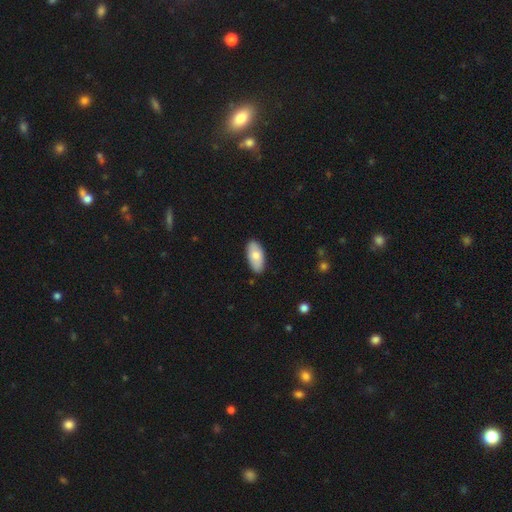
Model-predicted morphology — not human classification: The model was most divided on "smooth or featured": smooth: 75%, featured or disk: 19%, star or artifact: 6%. More confident: how rounded — in between (92%); merging — none (87%).